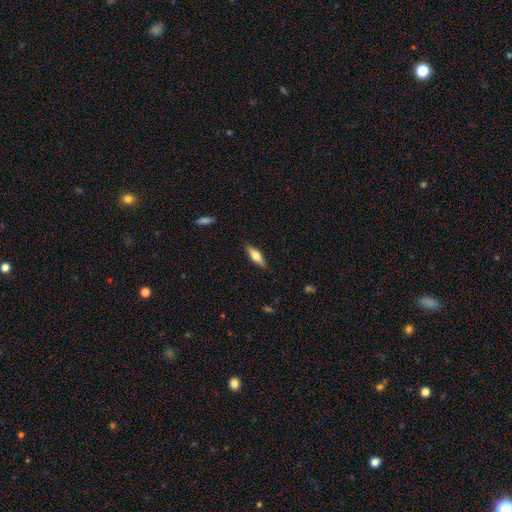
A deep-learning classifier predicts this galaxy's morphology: Smooth or featured?
  - featured or disk: 49% *
  - smooth: 45%
  - star or artifact: 6%
Merging?
  - none: 87% *
  - minor disturbance: 10%
  - major disturbance: 2%
  - merger: 1%